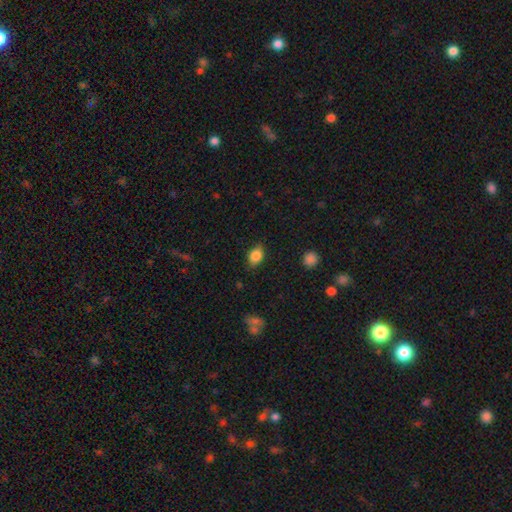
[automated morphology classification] Smooth or featured? smooth (85%)
How rounded? in between (78%)
Merging? none (81%)